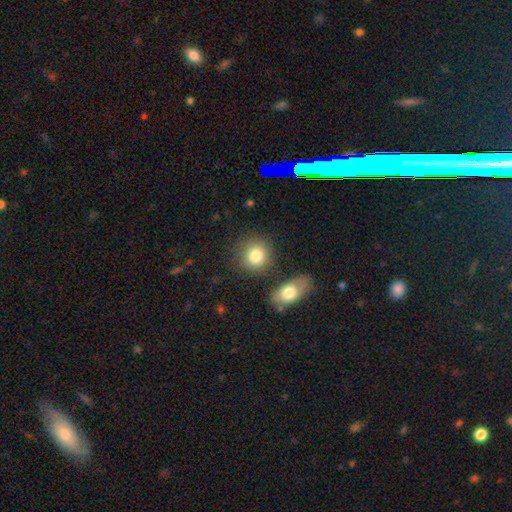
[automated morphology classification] Smooth or featured? smooth (82%)
How rounded? round (82%)
Merging? none (74%)